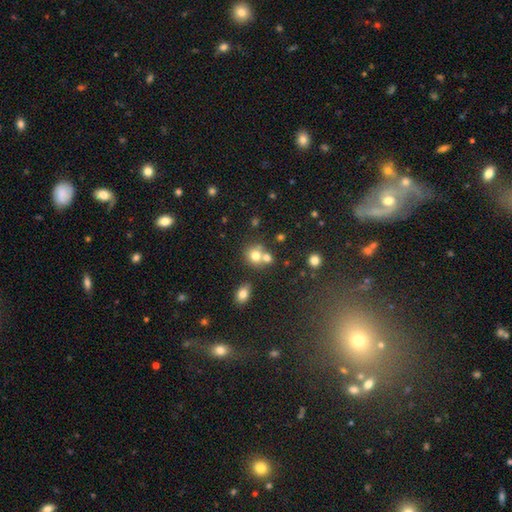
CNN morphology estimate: smooth-or-featured: smooth: 73% | star or artifact: 14% | featured or disk: 13%
  how-rounded: round: 80% | in between: 19% | cigar-shaped: 1%
  merging: none: 47% | merger: 41% | minor disturbance: 9% | major disturbance: 3%